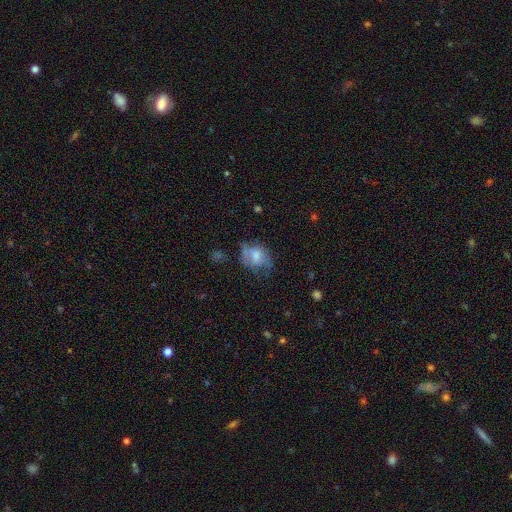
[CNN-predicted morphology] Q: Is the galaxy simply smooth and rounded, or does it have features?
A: smooth — 55%.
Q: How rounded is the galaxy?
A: in between — 62%.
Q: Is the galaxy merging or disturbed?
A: none — 41%.